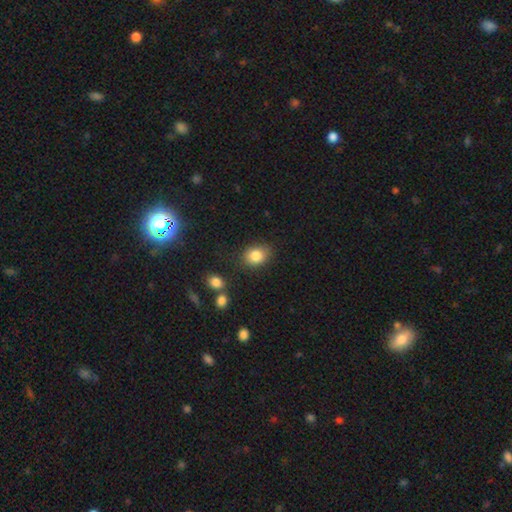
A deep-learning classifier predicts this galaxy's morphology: Smooth or featured: smooth — 84% (star or artifact — 10%)
How rounded: in between — 56% (round — 43%)
Merging: none — 77% (minor disturbance — 16%)